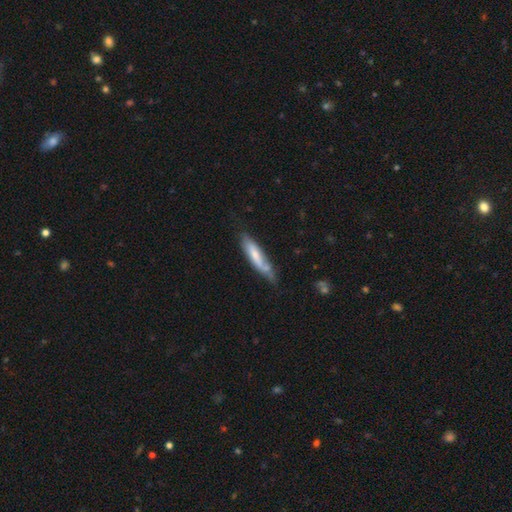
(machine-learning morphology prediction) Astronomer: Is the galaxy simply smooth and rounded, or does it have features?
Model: smooth — 60% (runner-up: featured or disk, 35%).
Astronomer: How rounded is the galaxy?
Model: cigar-shaped — 77%.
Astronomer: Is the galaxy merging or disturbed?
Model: none — 50% (runner-up: minor disturbance, 33%).